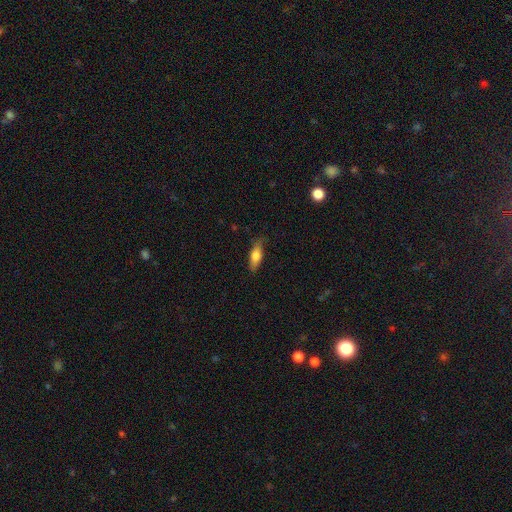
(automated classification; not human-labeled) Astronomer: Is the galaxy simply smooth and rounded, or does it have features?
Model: smooth — 71%.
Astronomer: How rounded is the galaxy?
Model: in between — 57% (runner-up: cigar-shaped, 40%).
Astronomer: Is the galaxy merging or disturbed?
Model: none — 78%.